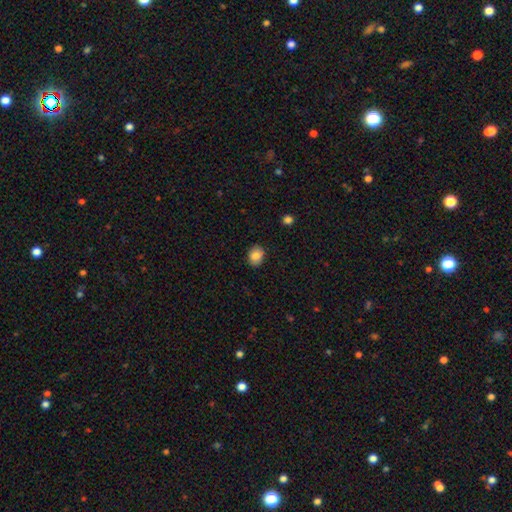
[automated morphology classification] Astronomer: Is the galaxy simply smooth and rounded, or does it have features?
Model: smooth — 85%.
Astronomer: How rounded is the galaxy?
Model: in between — 52% (runner-up: round, 47%).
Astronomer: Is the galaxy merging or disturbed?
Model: none — 87%.